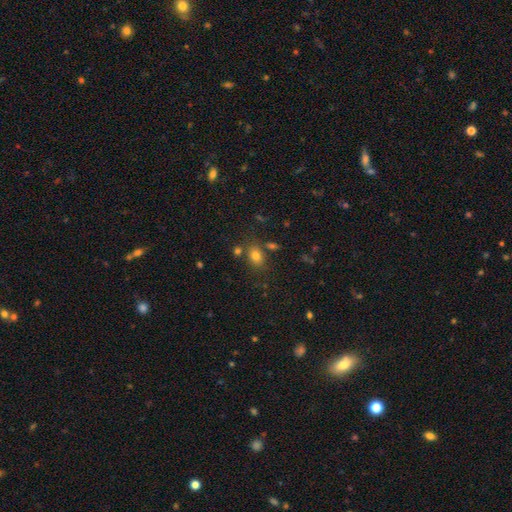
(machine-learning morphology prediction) smooth 77%, star or artifact 15%, featured or disk 8%. Down the decision tree: how rounded — in between (67%); merging — none (72%).